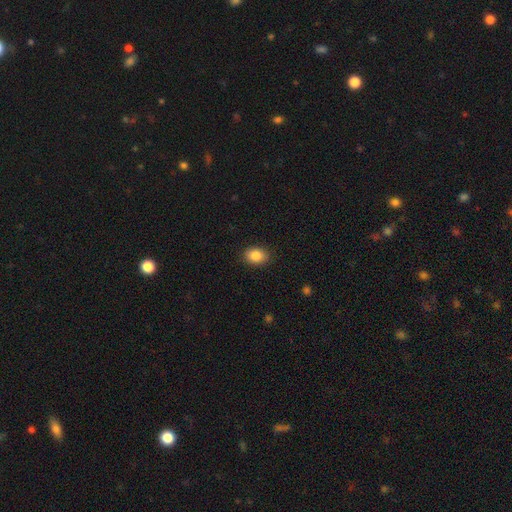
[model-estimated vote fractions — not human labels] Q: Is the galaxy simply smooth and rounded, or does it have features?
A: smooth — 87%.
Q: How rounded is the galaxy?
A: in between — 72%.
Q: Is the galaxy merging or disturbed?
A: none — 89%.